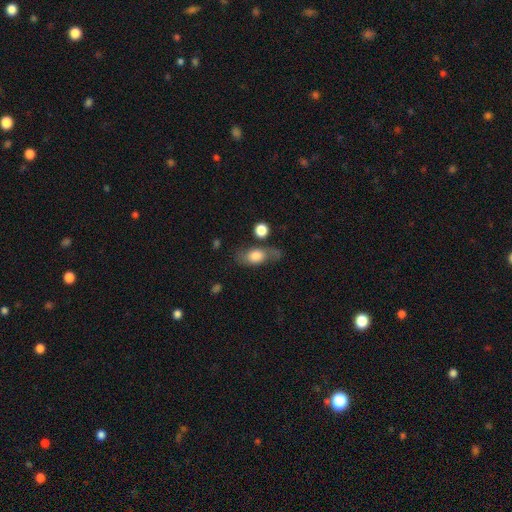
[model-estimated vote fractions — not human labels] A smooth galaxy with no disk features (67%) that is in between round and cigar-shaped (75%). Merging: none (55%).